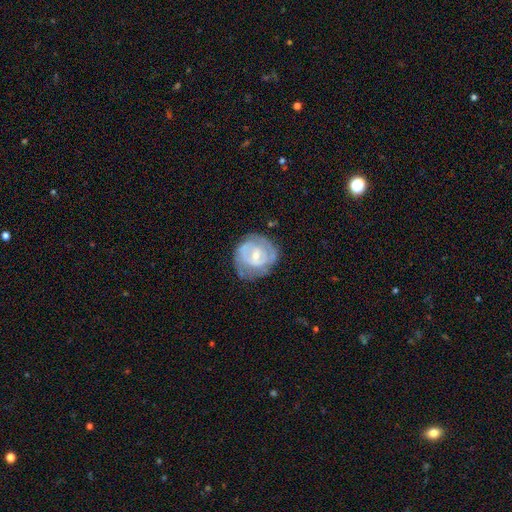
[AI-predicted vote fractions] featured or disk 72%, smooth 23%, star or artifact 5%. Down the decision tree: edge-on disk — no (97%); bar — no (46%); spiral arms — yes (74%); spiral arm count — 2 (48%); spiral winding — tight (59%); bulge size — moderate (48%, tied with small); merging — none (62%).